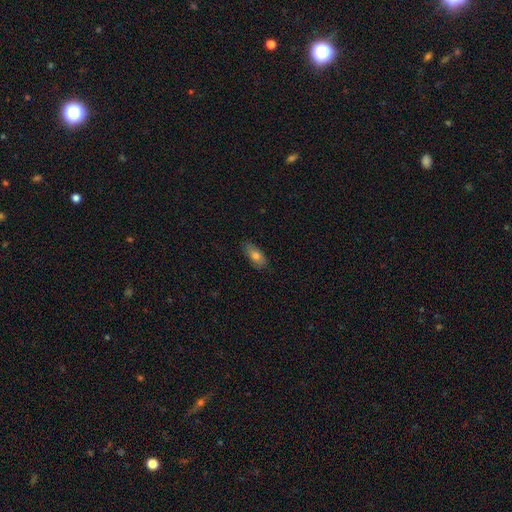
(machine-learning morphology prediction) A smooth galaxy with no disk features (76%) that is in between round and cigar-shaped (82%). Merging: none (81%).